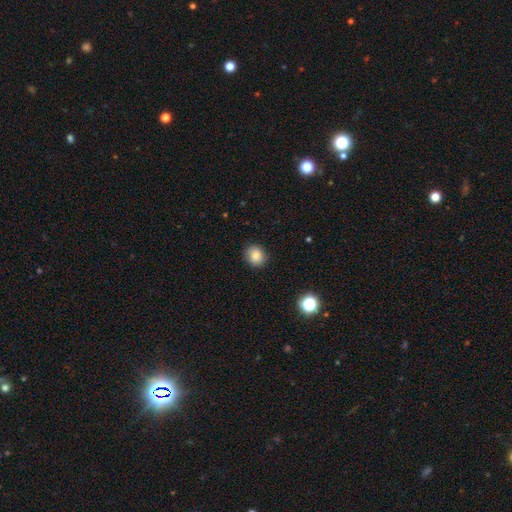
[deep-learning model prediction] Morphology: type=smooth (85%); roundness=round (75%); merging=none (88%).